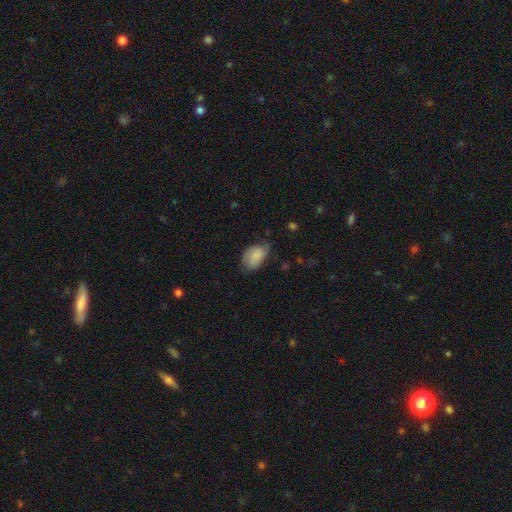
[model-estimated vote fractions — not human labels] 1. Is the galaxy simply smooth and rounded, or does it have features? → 77% smooth, 15% featured or disk, 8% star or artifact.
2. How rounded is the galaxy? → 87% in between, 12% round, 1% cigar-shaped.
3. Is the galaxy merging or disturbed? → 47% none, 38% minor disturbance, 13% major disturbance, 2% merger.